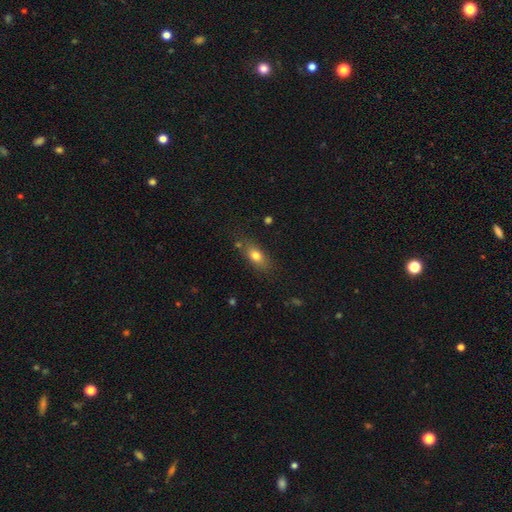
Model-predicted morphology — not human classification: Smooth or featured? smooth (76%)
How rounded? in between (77%)
Merging? none (73%)